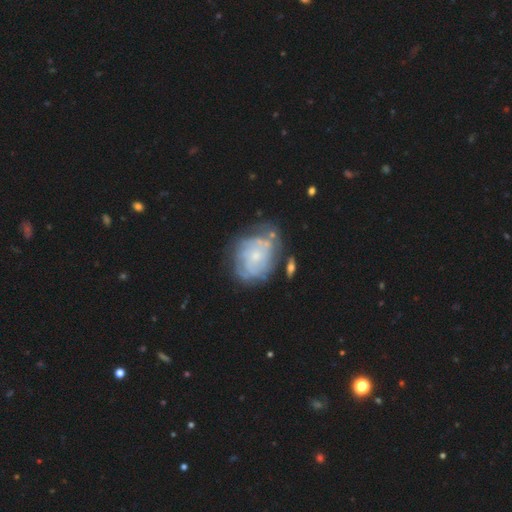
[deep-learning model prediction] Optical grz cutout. It shows a featured or disk galaxy (72%) with no bar (79%), tight (67%) spiral arms (77%) and a small central bulge (72%). Merging: none (54%).